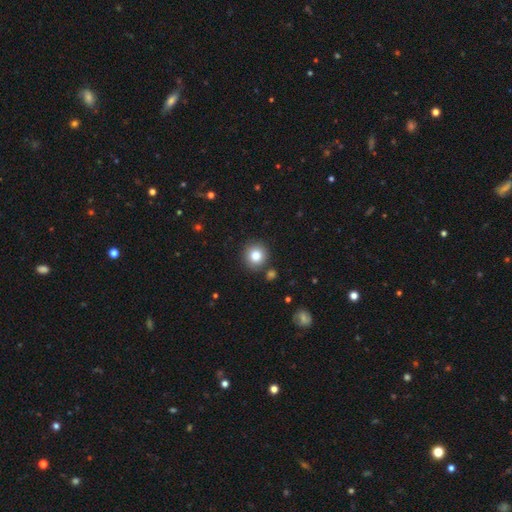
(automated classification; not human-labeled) smooth_or_featured: smooth (p=0.80) [alt: star or artifact p=0.11]
how_rounded: round (p=0.92) [alt: in between p=0.07]
merging: none (p=0.86) [alt: minor disturbance p=0.07]